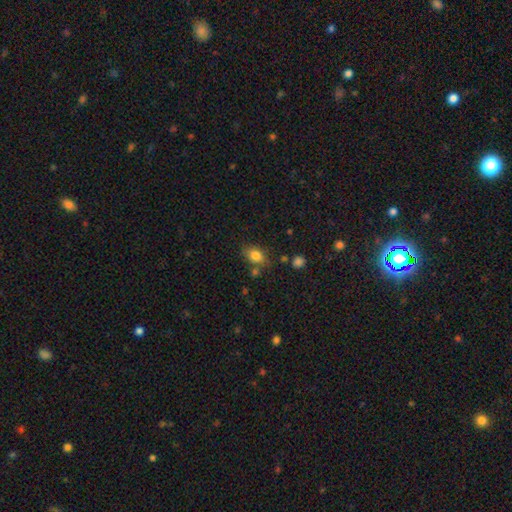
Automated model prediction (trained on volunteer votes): Smooth or featured?
  - smooth: 82% *
  - star or artifact: 10%
  - featured or disk: 8%
How rounded?
  - in between: 76% *
  - round: 22%
  - cigar-shaped: 2%
Merging?
  - none: 70% *
  - minor disturbance: 17%
  - merger: 8%
  - major disturbance: 5%